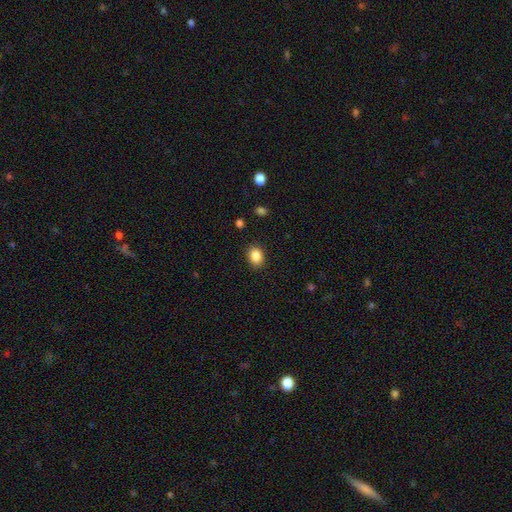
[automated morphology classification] Smooth or featured?
  - smooth: 87% *
  - star or artifact: 9%
  - featured or disk: 4%
How rounded?
  - in between: 58% *
  - round: 42%
  - cigar-shaped: 1%
Merging?
  - none: 88% *
  - minor disturbance: 8%
  - major disturbance: 2%
  - merger: 1%